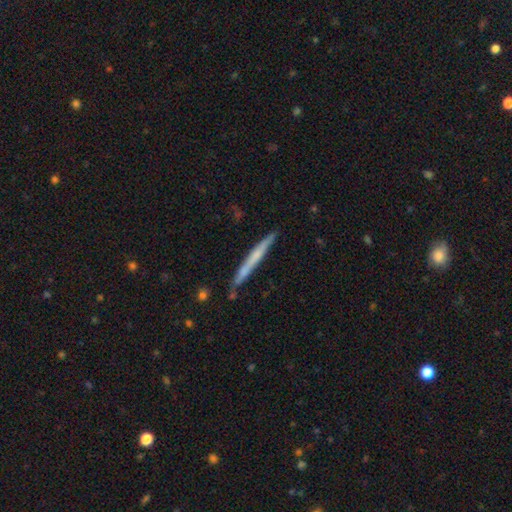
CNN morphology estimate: Smooth or featured? Predicted: smooth (p=0.48). Merging? Predicted: none (p=0.83).